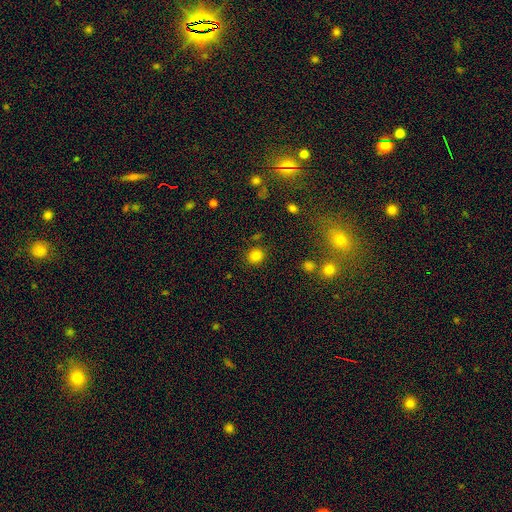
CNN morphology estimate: Smooth or featured: smooth — 82% (star or artifact — 13%)
How rounded: round — 86% (in between — 13%)
Merging: none — 86% (minor disturbance — 8%)